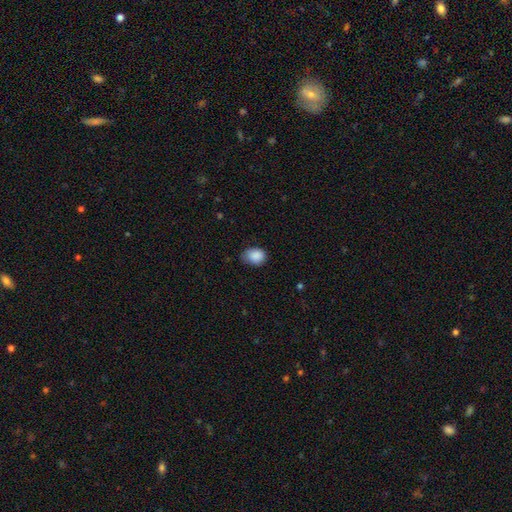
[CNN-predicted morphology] Q: Smooth or featured?
A: smooth (88%); runner-up: star or artifact (8%)
Q: How rounded?
A: in between (61%); runner-up: round (39%)
Q: Merging?
A: none (64%); runner-up: minor disturbance (30%)